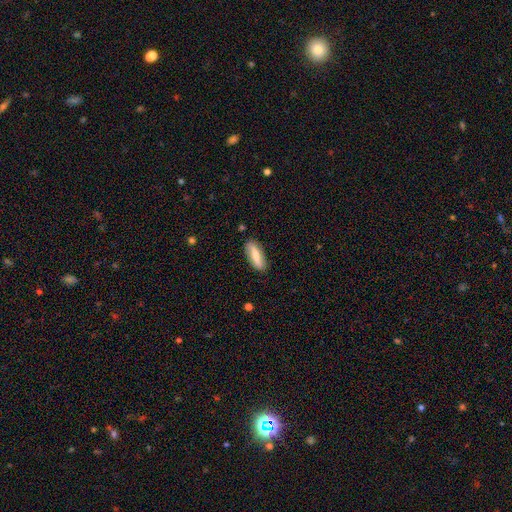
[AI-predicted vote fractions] Morphology: type=smooth (64%); roundness=in between (57%); merging=none (86%).